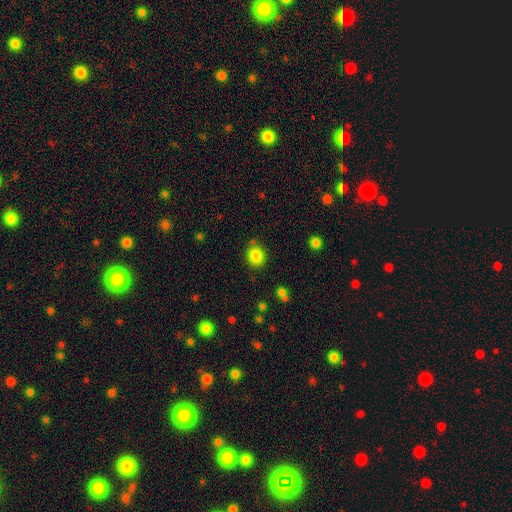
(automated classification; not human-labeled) A smooth galaxy with no disk features (86%) that is round (74%). Merging: none (81%).